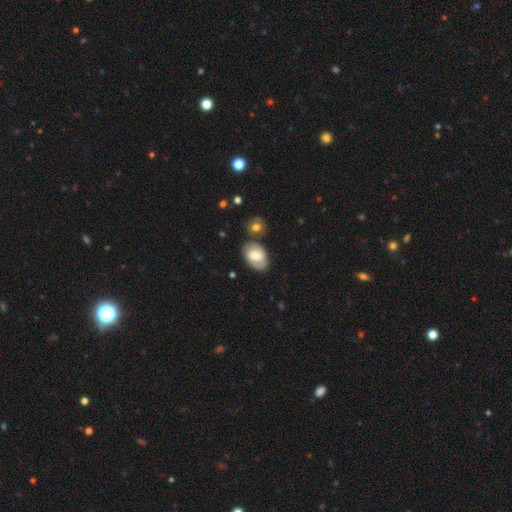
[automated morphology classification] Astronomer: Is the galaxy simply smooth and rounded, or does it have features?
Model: smooth — 56% (runner-up: featured or disk, 37%).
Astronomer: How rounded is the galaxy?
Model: in between — 88%.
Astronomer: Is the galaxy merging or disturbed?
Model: none — 71%.